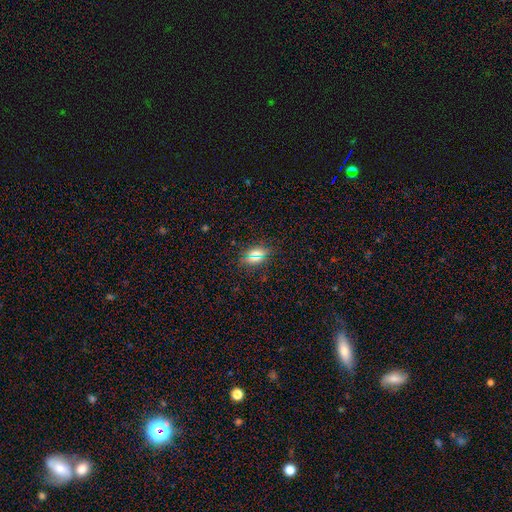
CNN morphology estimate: smooth_or_featured: smooth (p=0.63) [alt: star or artifact p=0.26]
how_rounded: in between (p=0.72) [alt: round p=0.18]
merging: none (p=0.84) [alt: minor disturbance p=0.10]